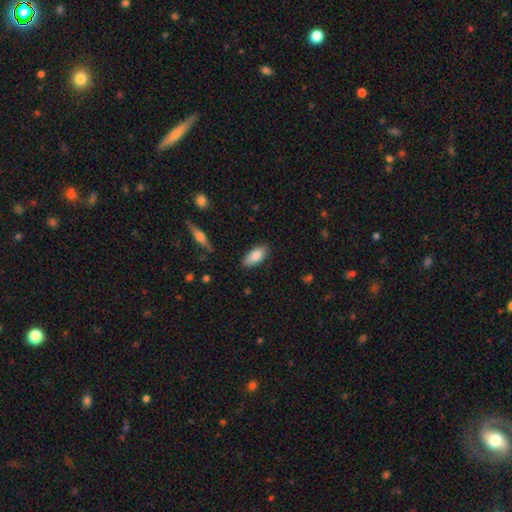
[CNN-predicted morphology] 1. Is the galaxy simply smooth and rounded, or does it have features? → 83% smooth, 11% featured or disk, 6% star or artifact.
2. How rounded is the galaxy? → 85% in between, 13% cigar-shaped, 2% round.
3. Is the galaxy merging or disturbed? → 81% none, 15% minor disturbance, 3% major disturbance, 1% merger.